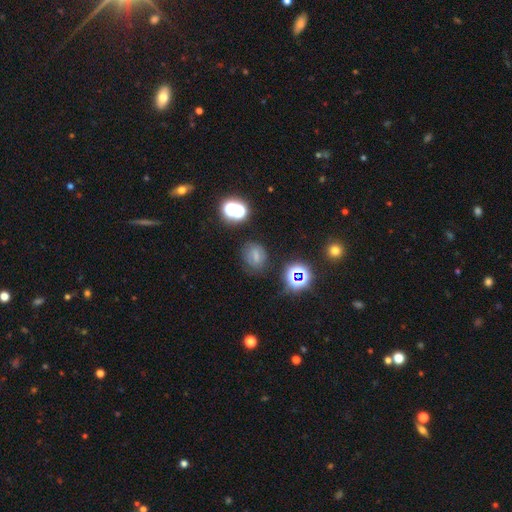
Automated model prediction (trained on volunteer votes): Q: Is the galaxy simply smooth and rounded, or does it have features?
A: smooth — 52%.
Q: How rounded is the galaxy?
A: round — 56%.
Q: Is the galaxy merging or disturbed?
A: none — 71%.